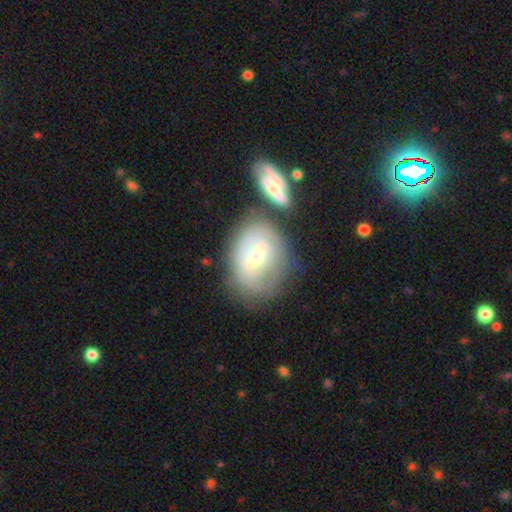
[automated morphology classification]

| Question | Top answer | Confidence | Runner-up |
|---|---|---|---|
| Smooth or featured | featured or disk | 56% | smooth (34%) |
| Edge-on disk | no | 93% | yes (7%) |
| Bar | no | 53% | weak (35%) |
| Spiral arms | yes | 64% | no (36%) |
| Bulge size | moderate | 59% | small (36%) |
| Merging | none | 55% | minor disturbance (19%) |